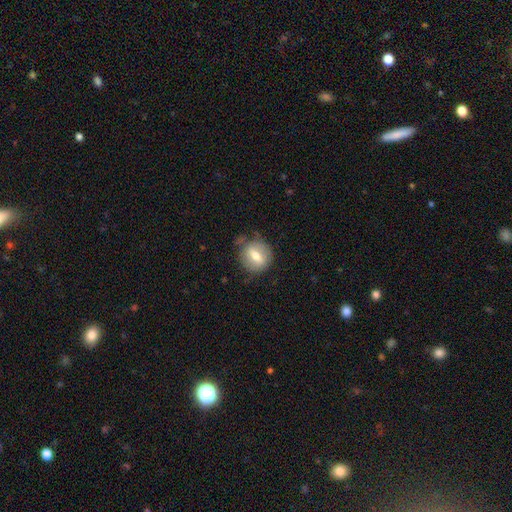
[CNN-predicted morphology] The model was most divided on "smooth or featured": smooth: 54%, featured or disk: 38%, star or artifact: 8%. More confident: how rounded — round (72%); merging — none (70%).